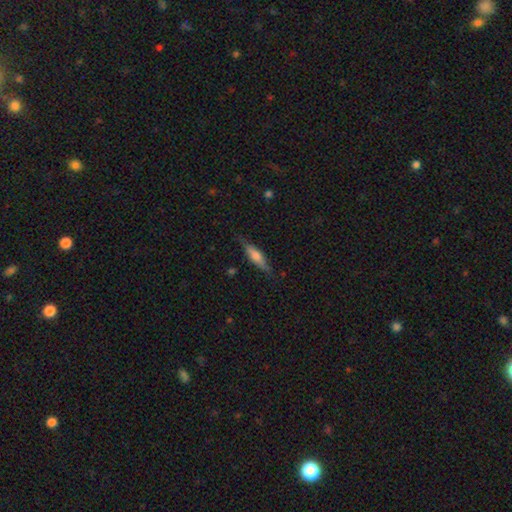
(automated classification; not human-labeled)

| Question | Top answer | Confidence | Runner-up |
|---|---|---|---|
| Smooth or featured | featured or disk | 49% | smooth (44%) |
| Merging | none | 80% | minor disturbance (15%) |